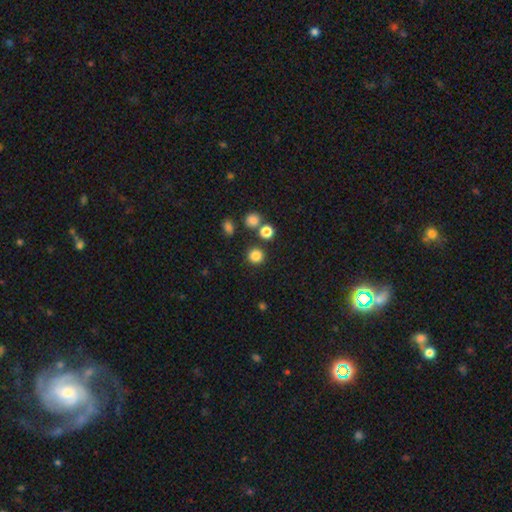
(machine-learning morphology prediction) Smooth or featured? smooth (83%)
How rounded? round (93%)
Merging? none (86%)